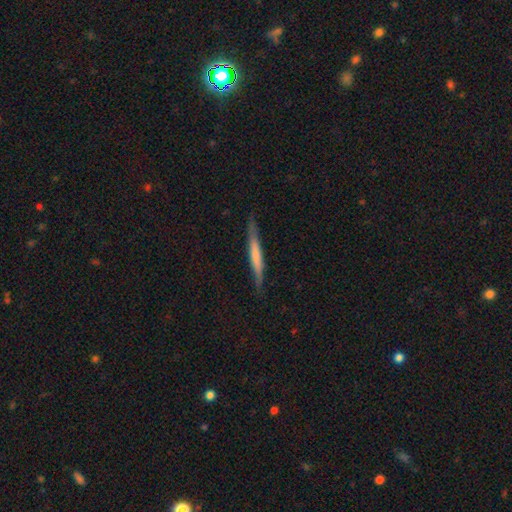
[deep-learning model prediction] Overall: smooth (53%; featured or disk 42%). How rounded: cigar-shaped (95%). Merging: none (84%).